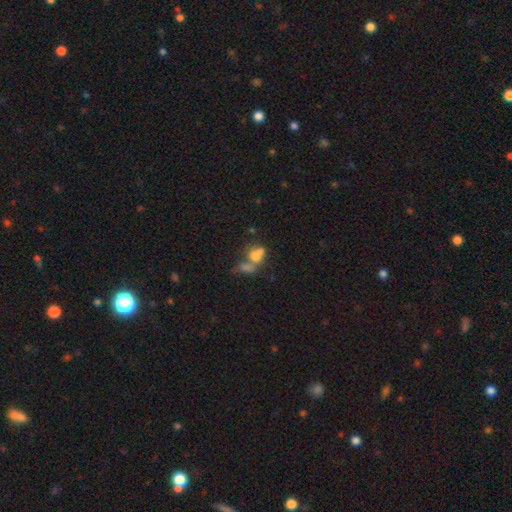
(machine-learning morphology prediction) type=smooth (61%); roundness=in between (60%); merging=merger (61%).